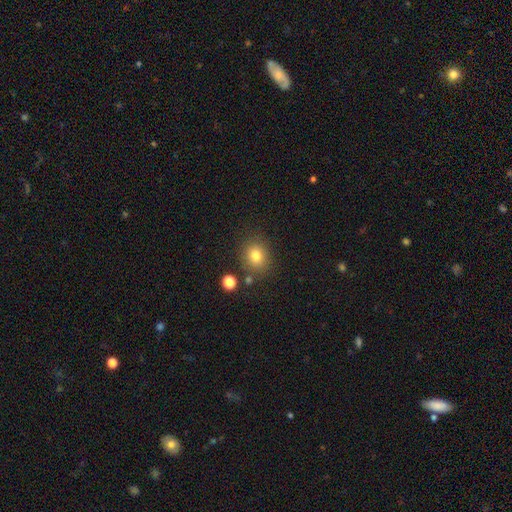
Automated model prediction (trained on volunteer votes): Overall: smooth (80%). How rounded: round (70%). Merging: none (81%).